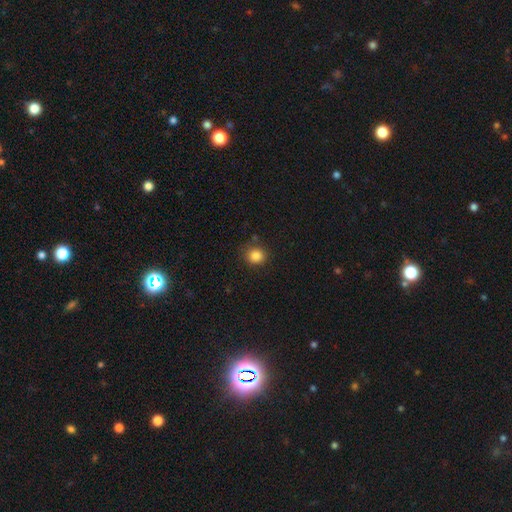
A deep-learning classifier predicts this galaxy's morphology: Smooth or featured? Predicted: smooth (p=0.85). How rounded? Predicted: round (p=0.85). Merging? Predicted: none (p=0.82).